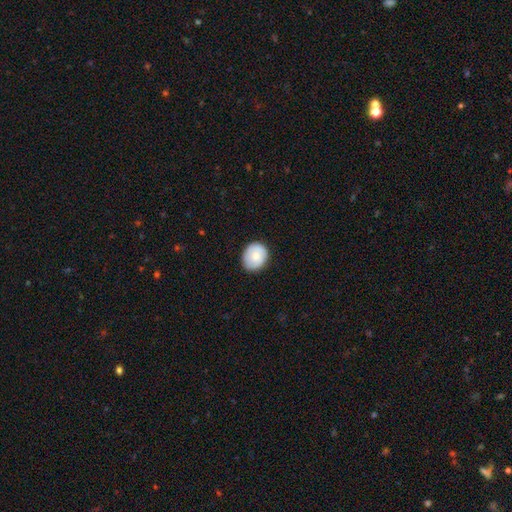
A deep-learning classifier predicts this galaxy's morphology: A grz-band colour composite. It shows a smooth galaxy with no disk features (75%) that is round (67%). Merging: none (84%).